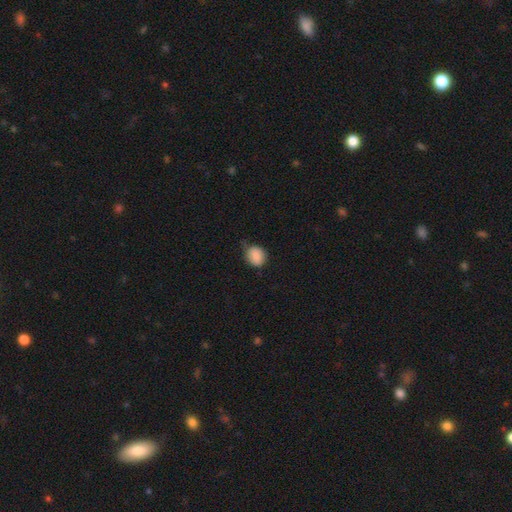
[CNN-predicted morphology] smooth 86%, star or artifact 8%, featured or disk 6%. Down the decision tree: how rounded — round (66%); merging — none (60%).